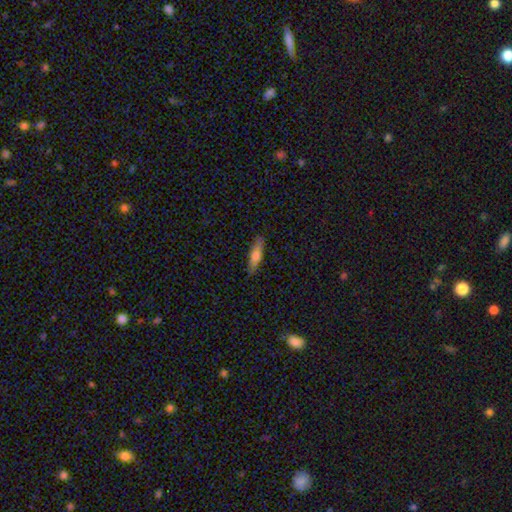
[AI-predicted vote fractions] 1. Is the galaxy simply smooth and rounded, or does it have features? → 64% smooth, 30% featured or disk, 7% star or artifact.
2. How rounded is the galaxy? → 72% cigar-shaped, 26% in between, 2% round.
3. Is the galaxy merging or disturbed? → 88% none, 9% minor disturbance, 2% major disturbance, 1% merger.